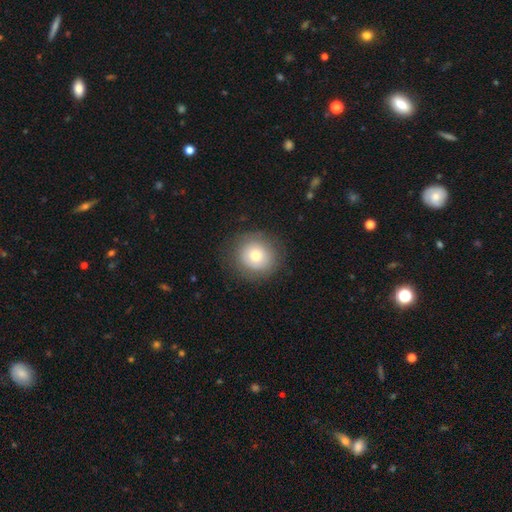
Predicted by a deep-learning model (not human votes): A smooth galaxy with no disk features (71%) that is round (91%). Merging: none (85%).